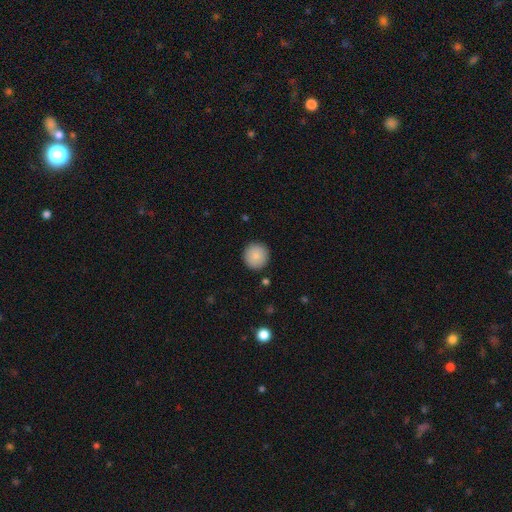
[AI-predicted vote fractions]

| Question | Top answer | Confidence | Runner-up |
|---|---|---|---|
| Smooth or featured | smooth | 84% | featured or disk (8%) |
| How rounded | round | 95% | in between (4%) |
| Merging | none | 91% | minor disturbance (6%) |